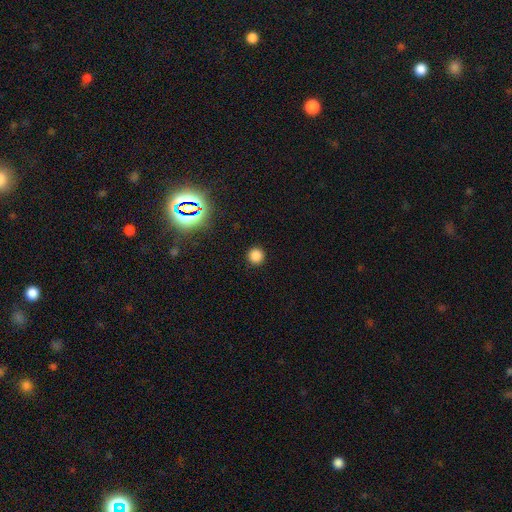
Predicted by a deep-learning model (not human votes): A smooth galaxy with no disk features (82%) that is round (95%).

Vote fractions:
- Smooth or featured? smooth: 82% / star or artifact: 14% / featured or disk: 3%
- How rounded? round: 95% / in between: 4% / cigar-shaped: 1%
- Merging? none: 92% / minor disturbance: 5% / major disturbance: 2% / merger: 1%